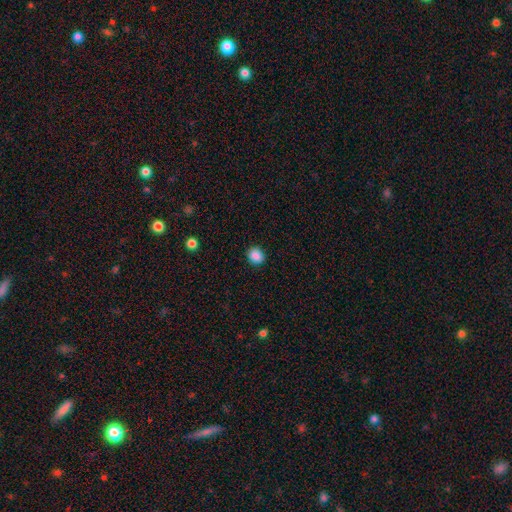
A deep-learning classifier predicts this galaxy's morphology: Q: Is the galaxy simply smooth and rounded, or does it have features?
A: smooth — 88%.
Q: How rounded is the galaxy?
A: round — 69%.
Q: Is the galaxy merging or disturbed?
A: none — 90%.